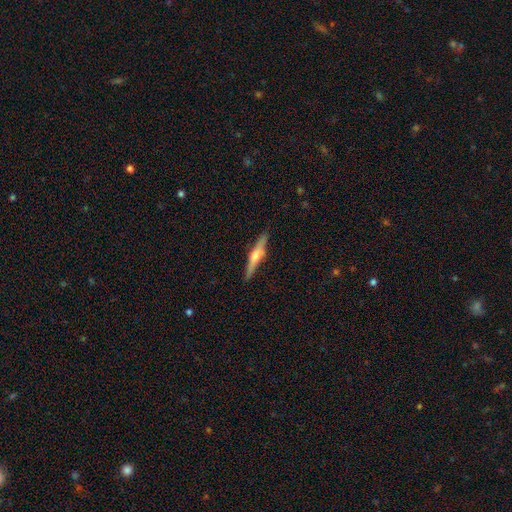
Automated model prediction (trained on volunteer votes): smooth_or_featured: featured or disk (p=0.64) [alt: smooth p=0.30]
disk_edge_on: yes (p=0.97) [alt: no p=0.03]
edge_on_bulge: rounded (p=0.87) [alt: boxy p=0.08]
merging: none (p=0.88) [alt: minor disturbance p=0.09]